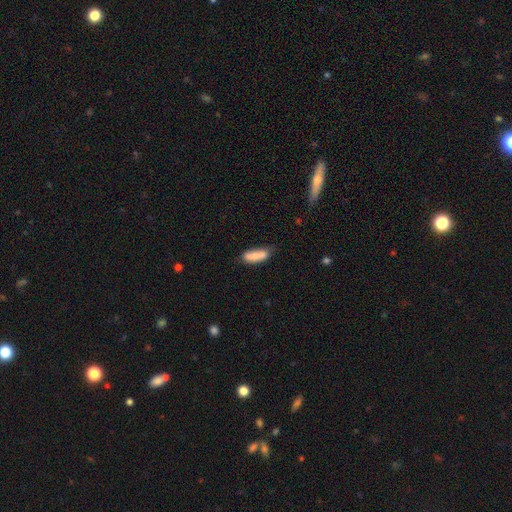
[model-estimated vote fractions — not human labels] This appears to be a smooth galaxy with no disk features (76%) that is in between round and cigar-shaped (60%). Merging: none (56%).